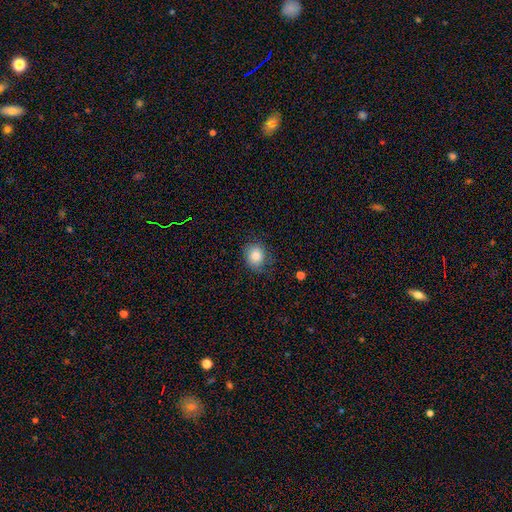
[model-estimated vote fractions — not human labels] Smooth or featured? Predicted: smooth (p=0.80). How rounded? Predicted: round (p=0.70). Merging? Predicted: none (p=0.72).